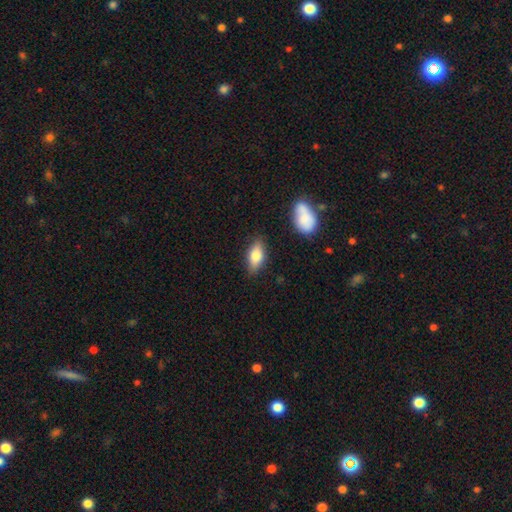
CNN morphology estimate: A smooth galaxy with no disk features (70%) that is in between round and cigar-shaped (80%). Merging: none (82%).